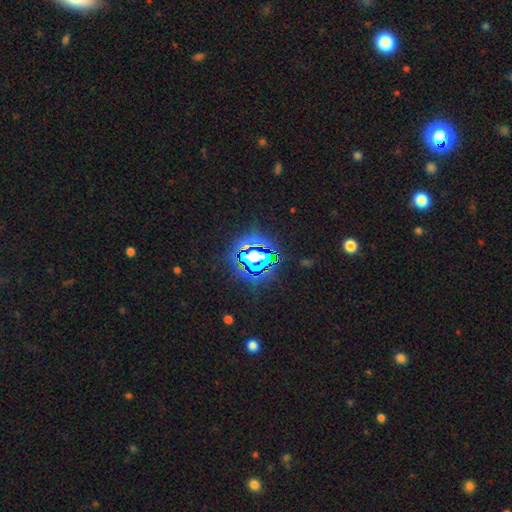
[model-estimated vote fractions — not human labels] This appears to be a star or artifact, not a galaxy (73%).